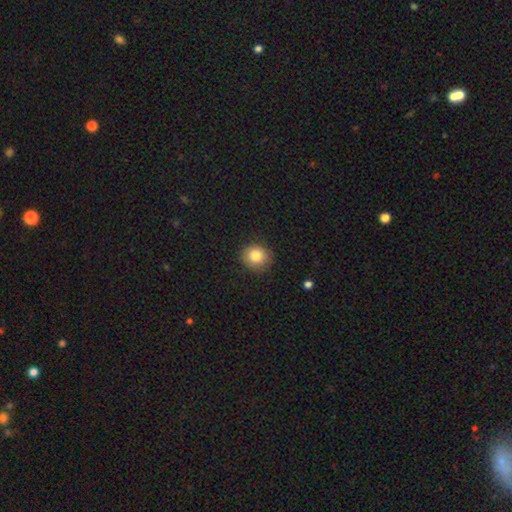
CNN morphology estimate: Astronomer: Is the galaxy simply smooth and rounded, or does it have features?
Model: smooth — 82%.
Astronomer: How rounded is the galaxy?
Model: round — 83%.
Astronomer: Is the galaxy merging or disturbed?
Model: none — 88%.